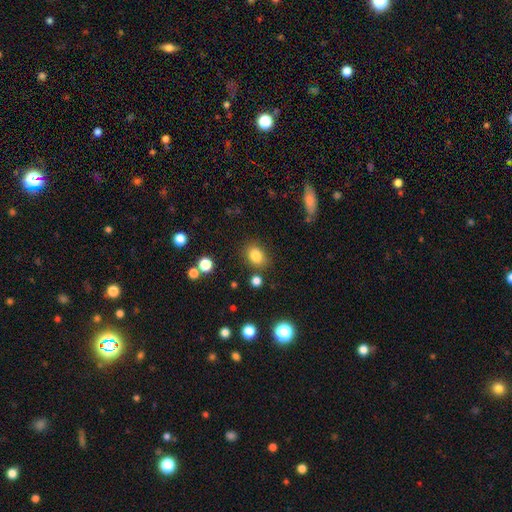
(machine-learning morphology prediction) This is clearly a smooth galaxy (83%). How rounded: possibly in between (55%). Merging: clearly none (80%).